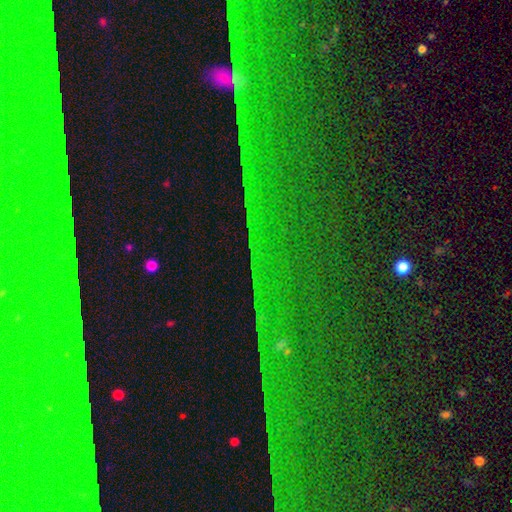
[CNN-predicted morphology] Smooth or featured: star or artifact — 82% (featured or disk — 9%)